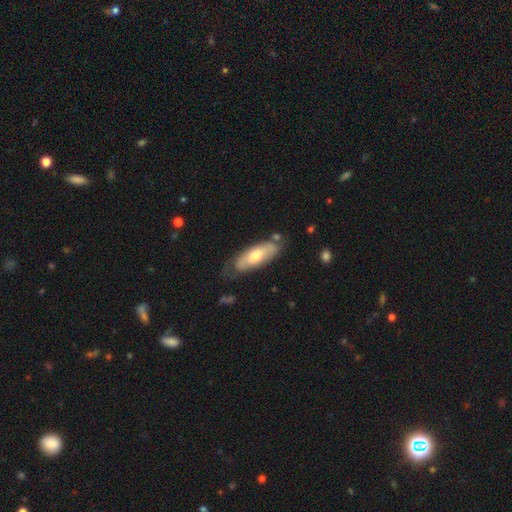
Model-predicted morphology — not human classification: This is possibly a featured or disk galaxy (48%). Merging: likely none (63%).